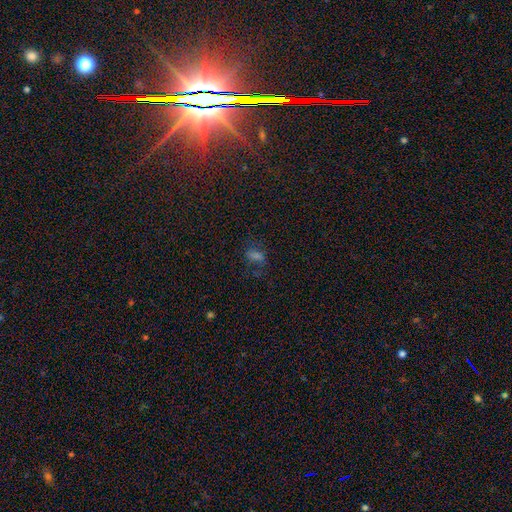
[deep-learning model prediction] Smooth or featured?
  - smooth: 44% *
  - star or artifact: 39%
  - featured or disk: 17%
Merging?
  - none: 58% *
  - minor disturbance: 21%
  - major disturbance: 17%
  - merger: 4%